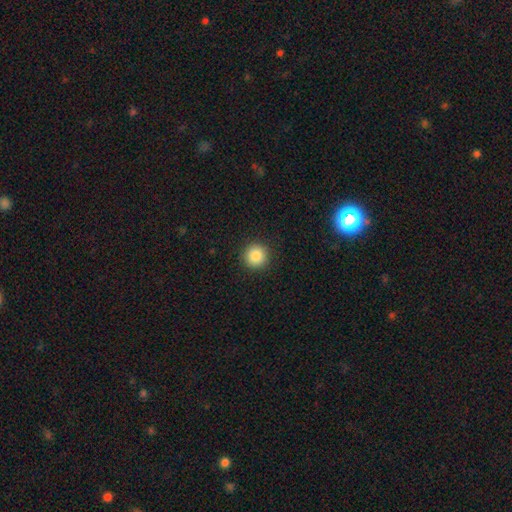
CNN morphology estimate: Smooth or featured?
  - smooth: 87% *
  - star or artifact: 9%
  - featured or disk: 4%
How rounded?
  - round: 95% *
  - in between: 4%
  - cigar-shaped: 1%
Merging?
  - none: 93% *
  - minor disturbance: 5%
  - major disturbance: 2%
  - merger: 1%